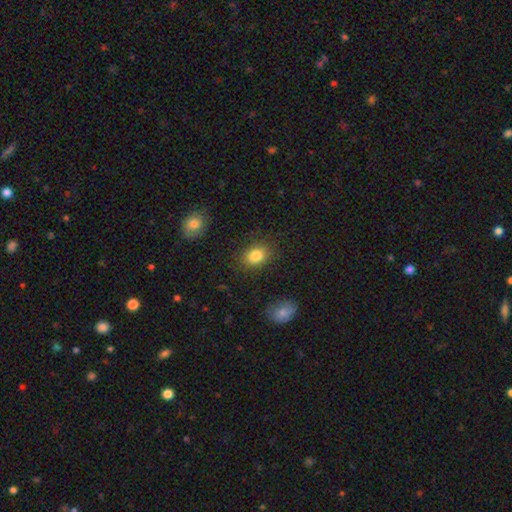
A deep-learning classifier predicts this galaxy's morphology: smooth-or-featured: smooth: 84% | star or artifact: 9% | featured or disk: 7%
  how-rounded: in between: 69% | round: 30% | cigar-shaped: 1%
  merging: none: 84% | minor disturbance: 11% | major disturbance: 3% | merger: 2%